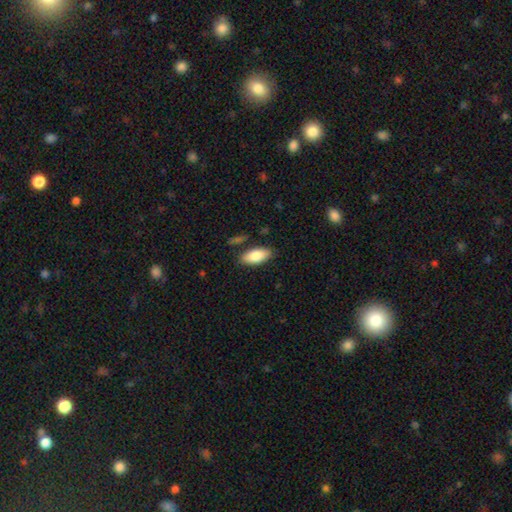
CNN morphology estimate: smooth_or_featured: smooth (p=0.83) [alt: featured or disk p=0.10]
how_rounded: in between (p=0.90) [alt: cigar-shaped p=0.08]
merging: none (p=0.82) [alt: minor disturbance p=0.12]